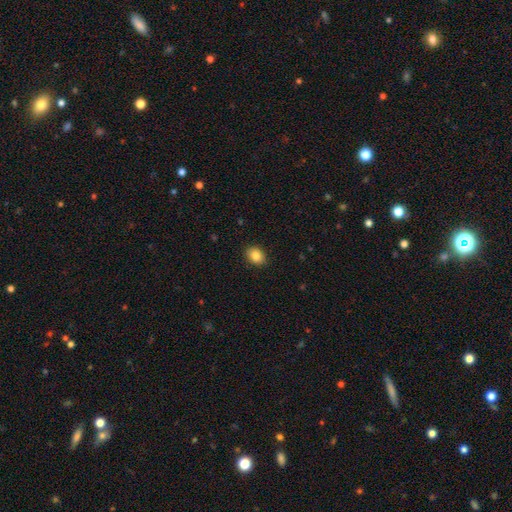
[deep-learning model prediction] Smooth or featured?
  - smooth: 86% *
  - star or artifact: 9%
  - featured or disk: 6%
How rounded?
  - in between: 62% *
  - round: 37%
  - cigar-shaped: 1%
Merging?
  - none: 89% *
  - minor disturbance: 8%
  - major disturbance: 2%
  - merger: 1%